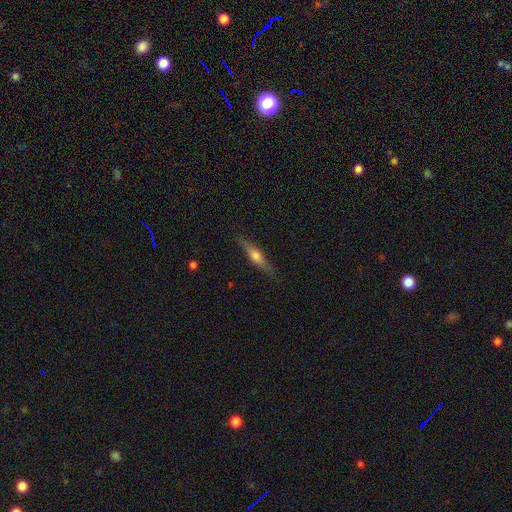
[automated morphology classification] smooth-or-featured: featured or disk: 54% | smooth: 40% | star or artifact: 6%
  disk-edge-on: yes: 94% | no: 6%
    edge-on-bulge: rounded: 87% | boxy: 7% | none: 6%
  merging: none: 86% | minor disturbance: 11% | major disturbance: 2% | merger: 1%